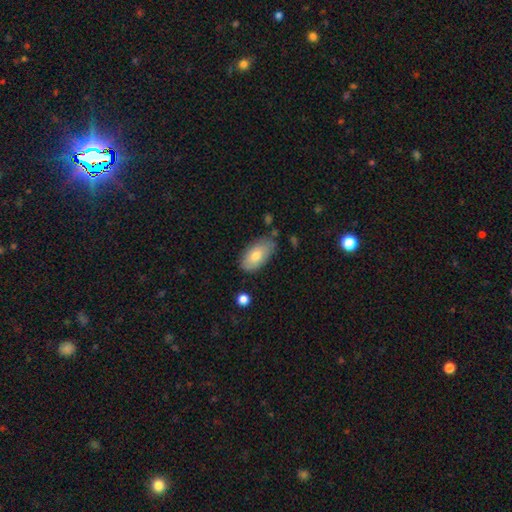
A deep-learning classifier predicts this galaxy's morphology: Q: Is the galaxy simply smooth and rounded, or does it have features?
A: smooth — 75%.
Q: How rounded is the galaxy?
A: in between — 93%.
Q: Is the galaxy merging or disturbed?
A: none — 75%.